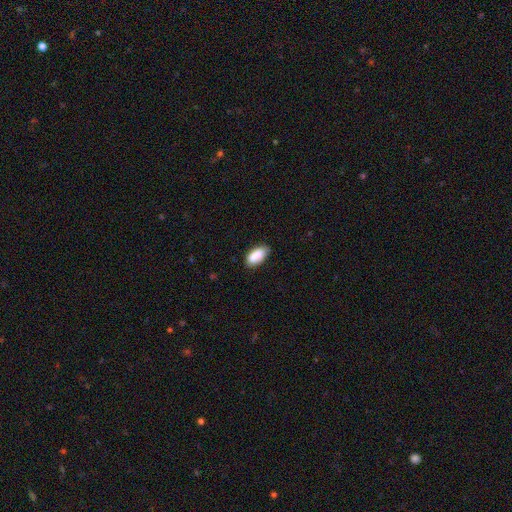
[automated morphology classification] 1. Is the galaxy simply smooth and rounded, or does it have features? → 86% smooth, 7% star or artifact, 7% featured or disk.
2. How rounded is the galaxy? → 92% in between, 5% cigar-shaped, 3% round.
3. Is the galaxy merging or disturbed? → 71% none, 23% minor disturbance, 4% major disturbance, 2% merger.